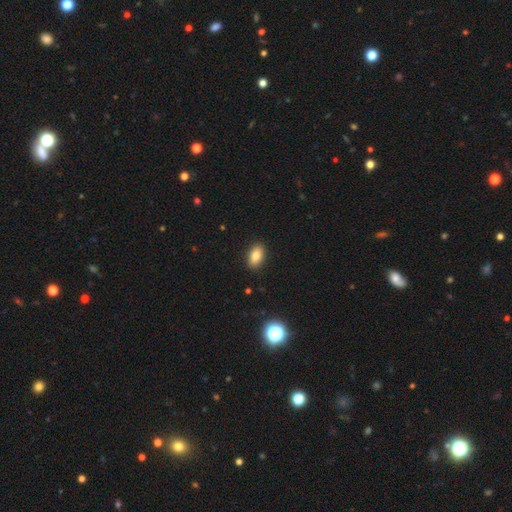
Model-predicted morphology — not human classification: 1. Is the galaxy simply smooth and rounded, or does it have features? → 83% smooth, 9% star or artifact, 8% featured or disk.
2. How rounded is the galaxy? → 90% in between, 7% round, 3% cigar-shaped.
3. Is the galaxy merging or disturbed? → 90% none, 7% minor disturbance, 2% major disturbance, 1% merger.